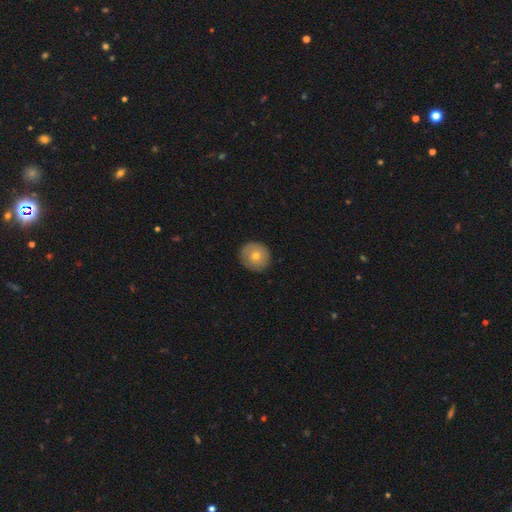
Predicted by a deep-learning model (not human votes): This appears to be a smooth galaxy with no disk features (69%) that is round (93%). Merging: none (89%).